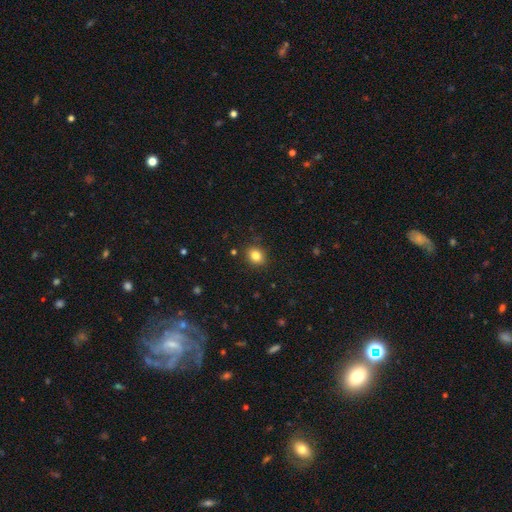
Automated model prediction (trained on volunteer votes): This is clearly a smooth galaxy (82%). How rounded: likely round (64%). Merging: clearly none (89%).